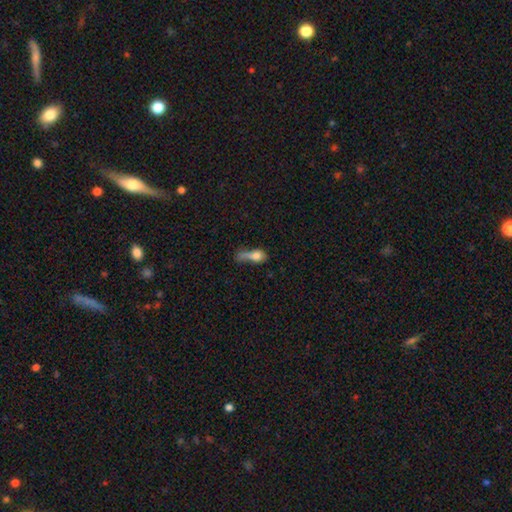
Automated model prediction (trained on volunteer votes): Overall: smooth (69%). How rounded: in between (58%; round 24%). Merging: major disturbance (40%; merger 23%).